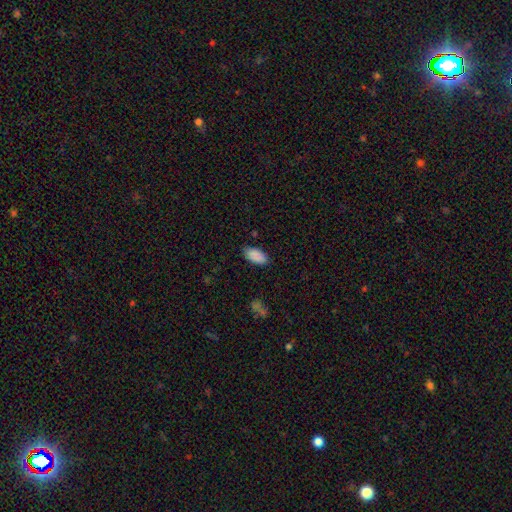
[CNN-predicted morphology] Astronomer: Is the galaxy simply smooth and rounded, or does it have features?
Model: smooth — 90%.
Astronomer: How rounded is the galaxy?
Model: in between — 94%.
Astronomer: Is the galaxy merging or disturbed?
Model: none — 85%.